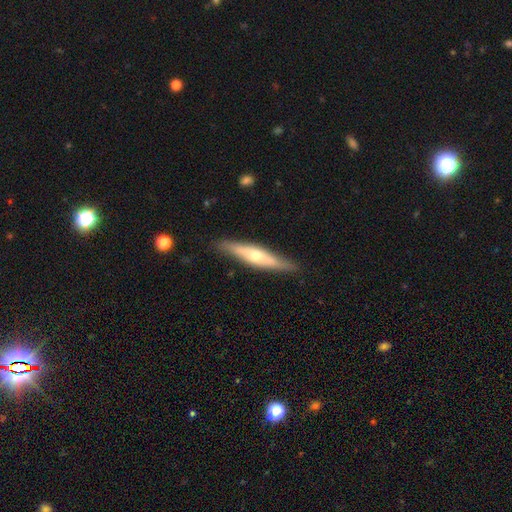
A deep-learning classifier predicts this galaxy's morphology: smooth-or-featured: featured or disk: 60% | smooth: 35% | star or artifact: 5%
  disk-edge-on: yes: 90% | no: 10%
    edge-on-bulge: rounded: 86% | none: 9% | boxy: 6%
  merging: none: 87% | minor disturbance: 10% | major disturbance: 2% | merger: 1%